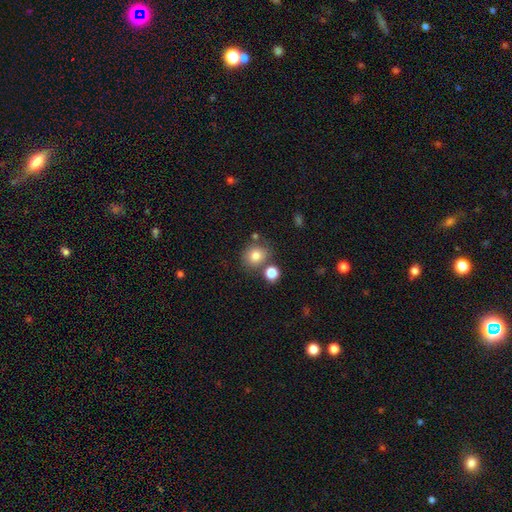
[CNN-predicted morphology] Smooth or featured? smooth (80%)
How rounded? round (78%)
Merging? none (71%)